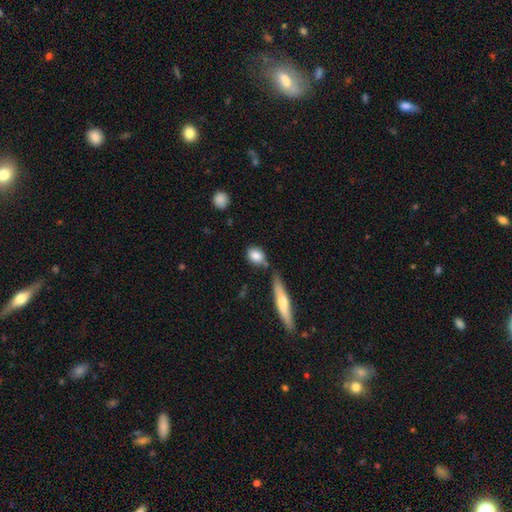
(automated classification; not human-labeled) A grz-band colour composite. It shows a smooth galaxy with no disk features (82%) that is in between round and cigar-shaped (61%). Merging: none (61%).